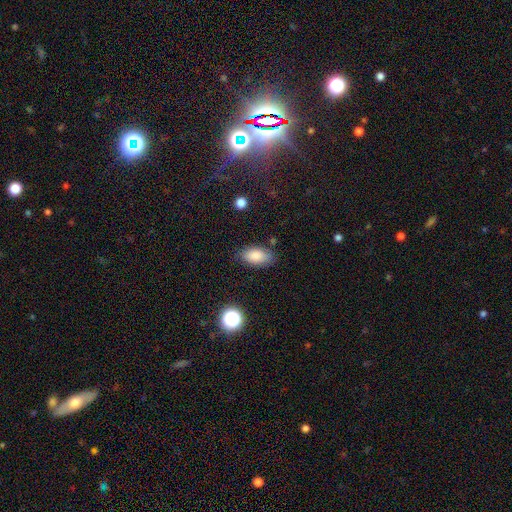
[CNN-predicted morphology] smooth 84%, star or artifact 8%, featured or disk 8%. Down the decision tree: how rounded — in between (92%); merging — none (80%).